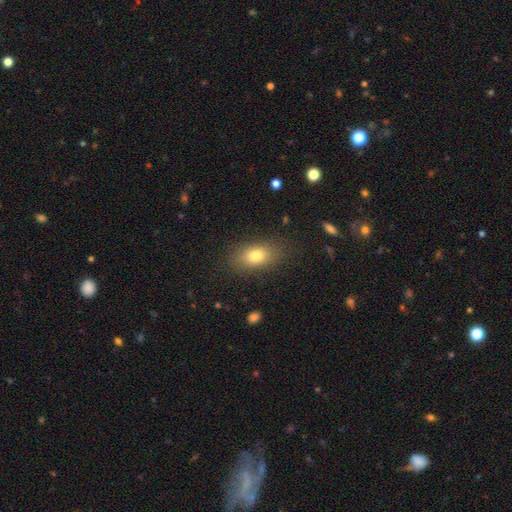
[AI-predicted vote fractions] A smooth galaxy with no disk features (78%) that is in between round and cigar-shaped (84%). Merging: none (83%).